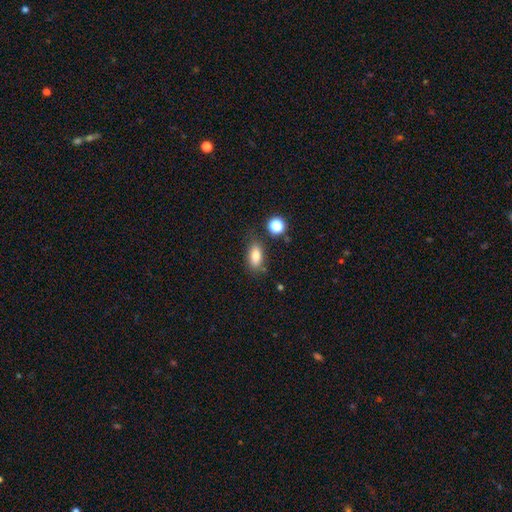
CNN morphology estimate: type=smooth (80%); roundness=in between (82%); merging=none (76%).